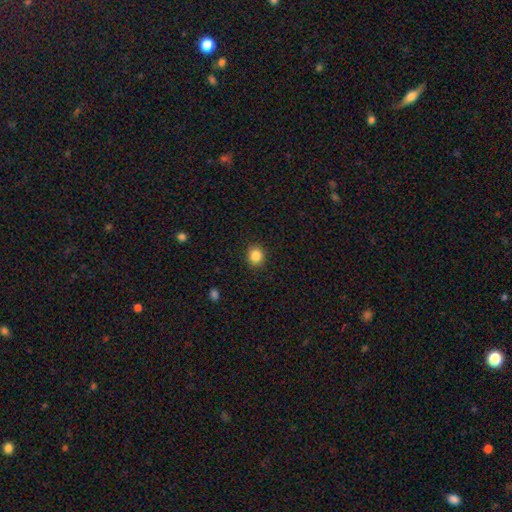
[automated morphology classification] Q: Smooth or featured?
A: smooth (86%); runner-up: star or artifact (10%)
Q: How rounded?
A: round (82%); runner-up: in between (17%)
Q: Merging?
A: none (90%); runner-up: minor disturbance (7%)